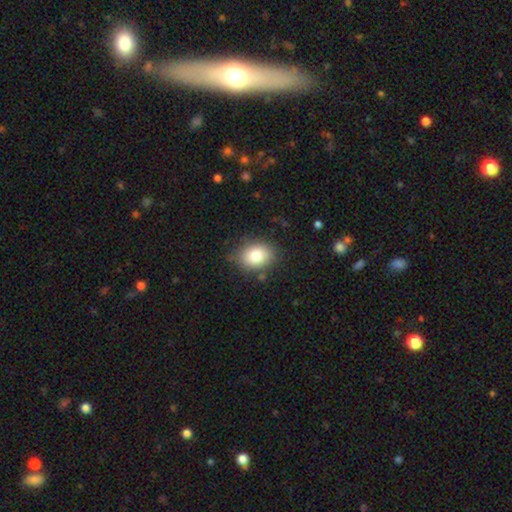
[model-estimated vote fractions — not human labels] The model was most divided on "how rounded": in between: 64%, round: 35%, cigar-shaped: 1%. More confident: smooth or featured — smooth (83%); merging — none (81%).